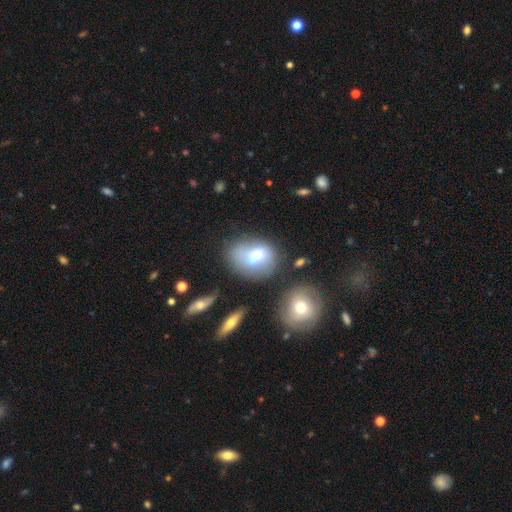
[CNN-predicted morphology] The model was most divided on "merging": none: 44%, minor disturbance: 22%, merger: 21%, major disturbance: 13%. More confident: how rounded — in between (65%); smooth or featured — smooth (63%).